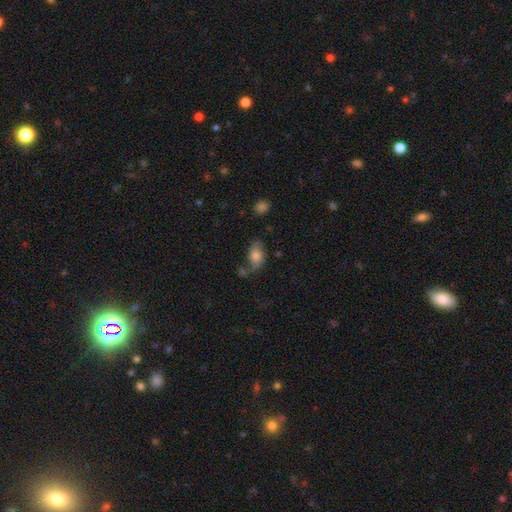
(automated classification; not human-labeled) Smooth or featured? smooth (62%)
How rounded? in between (85%)
Merging? none (49%)